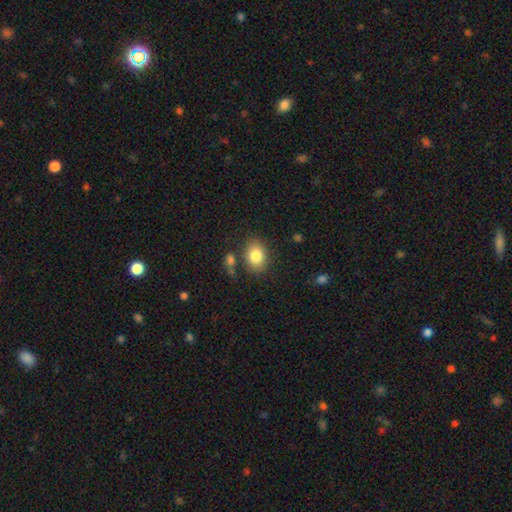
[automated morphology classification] Overall: smooth (82%). How rounded: in between (67%; round 32%). Merging: none (76%).